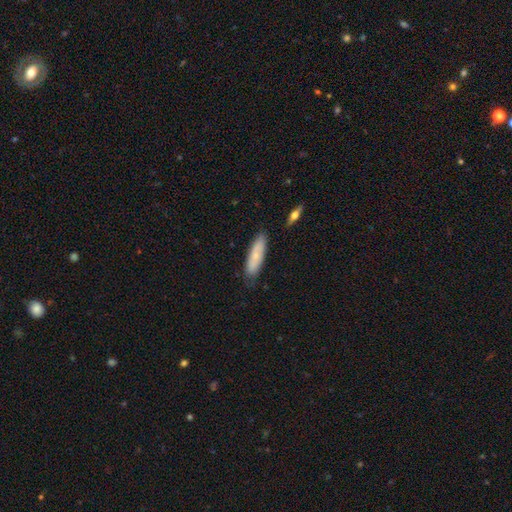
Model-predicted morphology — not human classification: Q: Smooth or featured?
A: smooth (68%); runner-up: featured or disk (26%)
Q: How rounded?
A: cigar-shaped (56%); runner-up: in between (42%)
Q: Merging?
A: none (79%); runner-up: minor disturbance (16%)